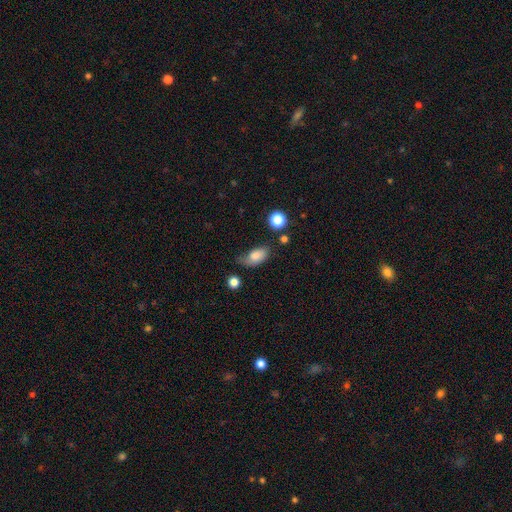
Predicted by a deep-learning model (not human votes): The model was most divided on "merging": none: 41%, minor disturbance: 37%, major disturbance: 17%, merger: 5%. More confident: how rounded — in between (88%); smooth or featured — smooth (78%).